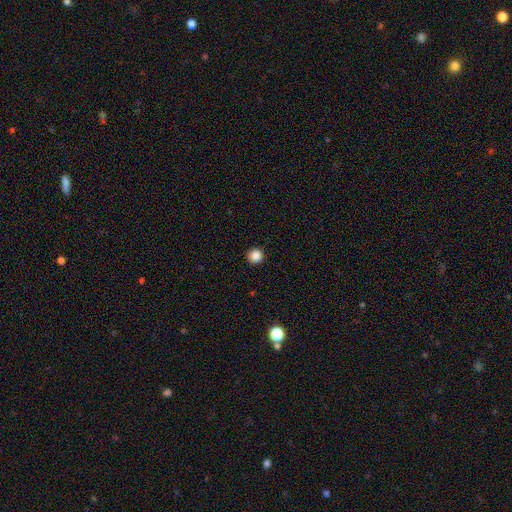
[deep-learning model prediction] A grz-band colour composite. It shows a smooth galaxy with no disk features (86%) that is round (95%). Merging: none (93%).